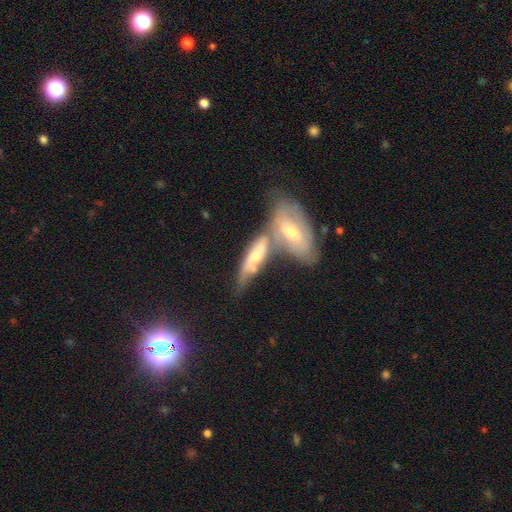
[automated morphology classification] Smooth or featured: featured or disk — 55% (smooth — 40%)
Edge-on disk: no — 52% (yes — 48%)
Merging: merger — 55% (none — 26%)